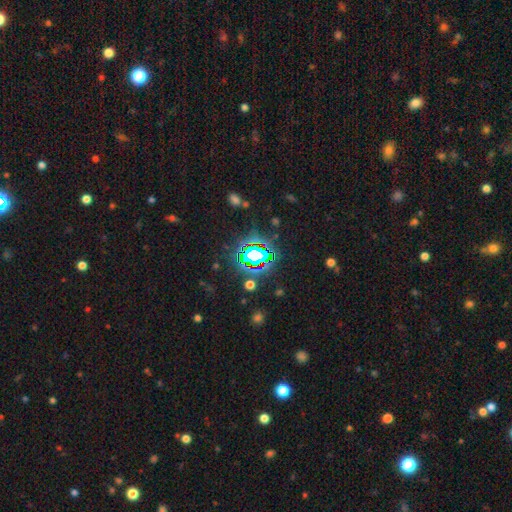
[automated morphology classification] The model was most divided on "smooth or featured": star or artifact: 78%, smooth: 13%, featured or disk: 8%.